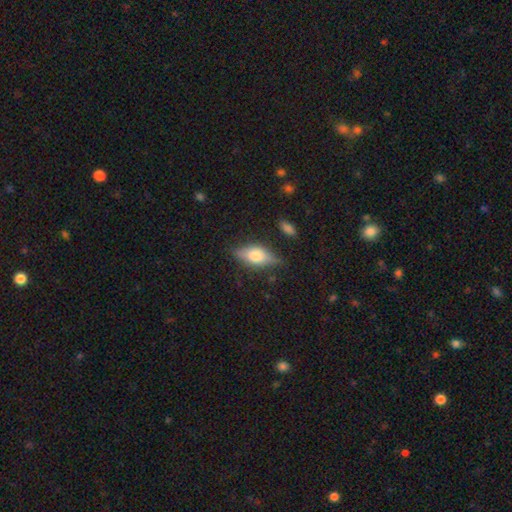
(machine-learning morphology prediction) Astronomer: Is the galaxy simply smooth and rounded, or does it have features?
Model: smooth — 62%.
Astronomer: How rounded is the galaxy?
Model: in between — 77%.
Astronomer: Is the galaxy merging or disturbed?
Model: none — 72%.